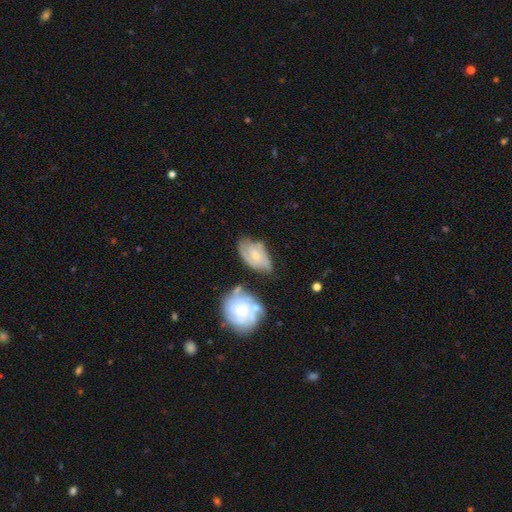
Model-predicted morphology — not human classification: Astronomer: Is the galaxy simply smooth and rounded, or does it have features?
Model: featured or disk — 66%.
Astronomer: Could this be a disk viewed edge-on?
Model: no — 96%.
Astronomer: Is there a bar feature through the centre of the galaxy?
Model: no — 58% (runner-up: weak, 36%).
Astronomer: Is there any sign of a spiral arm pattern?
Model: yes — 89%.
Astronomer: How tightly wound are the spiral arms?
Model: tight — 44% (runner-up: medium, 40%).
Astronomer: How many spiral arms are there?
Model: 2 — 38% (runner-up: can't tell, 32%).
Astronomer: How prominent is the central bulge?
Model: small — 63%.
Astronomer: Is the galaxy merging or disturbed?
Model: none — 50% (runner-up: minor disturbance, 26%).